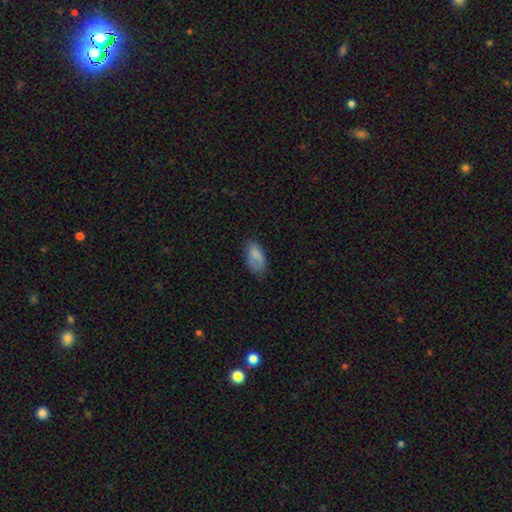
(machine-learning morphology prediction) Smooth or featured: smooth — 79% (featured or disk — 13%)
How rounded: in between — 93% (round — 4%)
Merging: none — 58% (minor disturbance — 29%)